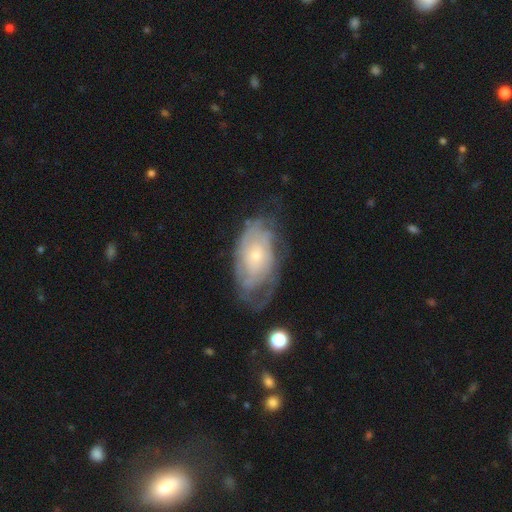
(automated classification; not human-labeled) Smooth or featured: featured or disk — 71% (smooth — 23%)
Edge-on disk: no — 94% (yes — 6%)
Bar: no — 80% (weak — 17%)
Spiral arms: yes — 79% (no — 21%)
Spiral winding: tight — 64% (medium — 25%)
Spiral arm count: can't tell — 62% (2 — 16%)
Bulge size: small — 70% (moderate — 24%)
Merging: none — 53% (minor disturbance — 26%)